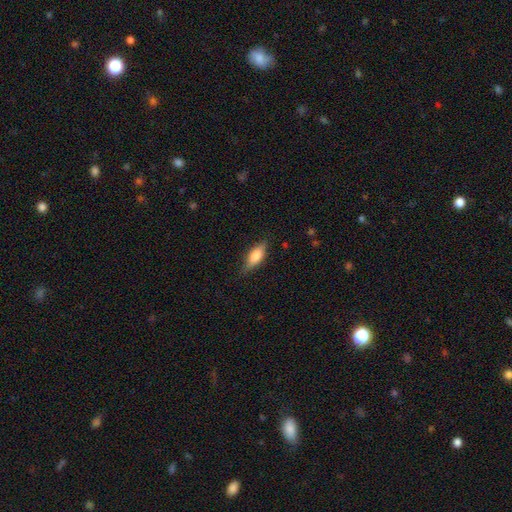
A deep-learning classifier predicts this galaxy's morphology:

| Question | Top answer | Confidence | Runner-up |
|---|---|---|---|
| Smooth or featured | smooth | 70% | featured or disk (23%) |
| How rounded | in between | 69% | cigar-shaped (28%) |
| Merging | none | 78% | minor disturbance (17%) |